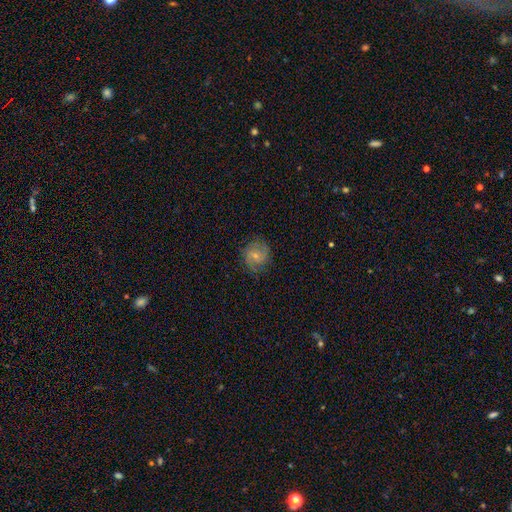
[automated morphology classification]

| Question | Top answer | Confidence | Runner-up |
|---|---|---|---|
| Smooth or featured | featured or disk | 62% | smooth (30%) |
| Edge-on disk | no | 98% | yes (2%) |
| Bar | no | 59% | weak (35%) |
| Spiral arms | yes | 90% | no (10%) |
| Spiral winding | medium | 43% | tight (40%) |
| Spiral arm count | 2 | 61% | can't tell (19%) |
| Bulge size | small | 65% | moderate (30%) |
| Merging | none | 78% | minor disturbance (16%) |